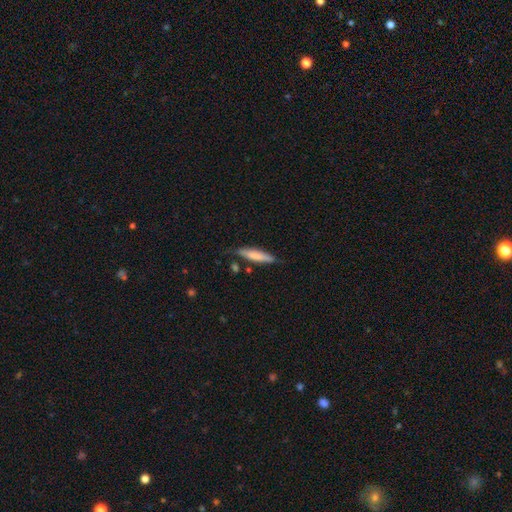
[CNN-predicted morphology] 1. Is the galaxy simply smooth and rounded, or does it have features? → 75% smooth, 20% featured or disk, 6% star or artifact.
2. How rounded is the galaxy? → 82% cigar-shaped, 17% in between, 1% round.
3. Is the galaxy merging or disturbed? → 73% none, 19% minor disturbance, 4% merger, 4% major disturbance.